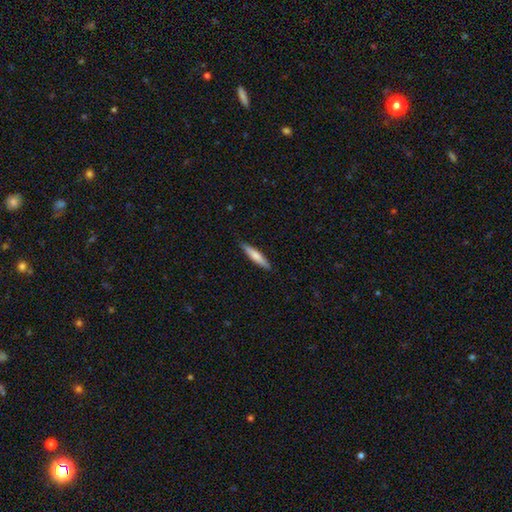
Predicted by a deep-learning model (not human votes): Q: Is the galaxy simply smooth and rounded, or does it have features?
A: smooth — 71%.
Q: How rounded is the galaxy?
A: cigar-shaped — 87%.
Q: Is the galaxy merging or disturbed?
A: none — 88%.